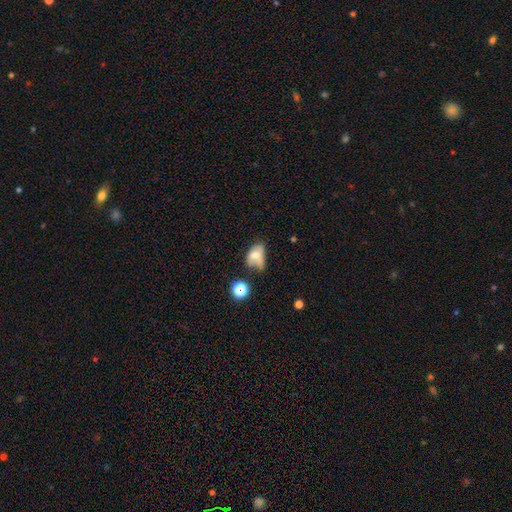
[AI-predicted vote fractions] This appears to be a smooth galaxy with no disk features (63%) that is in between round and cigar-shaped (78%). Merging: minor disturbance (33%).